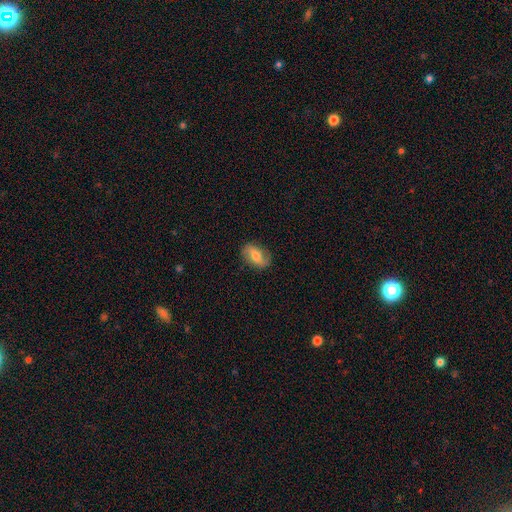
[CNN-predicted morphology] type=featured or disk (51%); edge-on=no (94%); merging=none (82%).